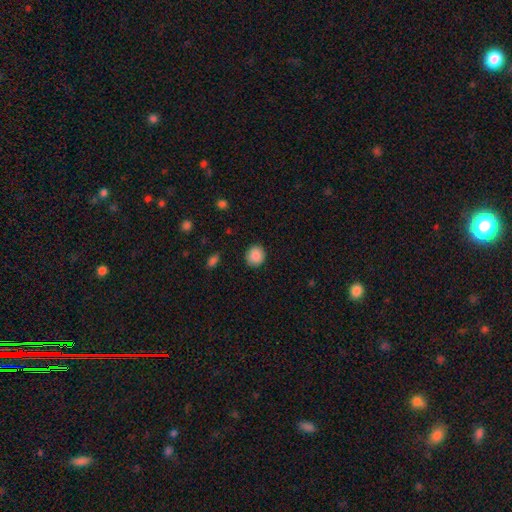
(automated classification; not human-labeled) A smooth galaxy with no disk features (89%) that is round (83%).

Vote fractions:
- Smooth or featured? smooth: 89% / star or artifact: 8% / featured or disk: 3%
- How rounded? round: 83% / in between: 16% / cigar-shaped: 1%
- Merging? none: 89% / minor disturbance: 8% / major disturbance: 2% / merger: 1%